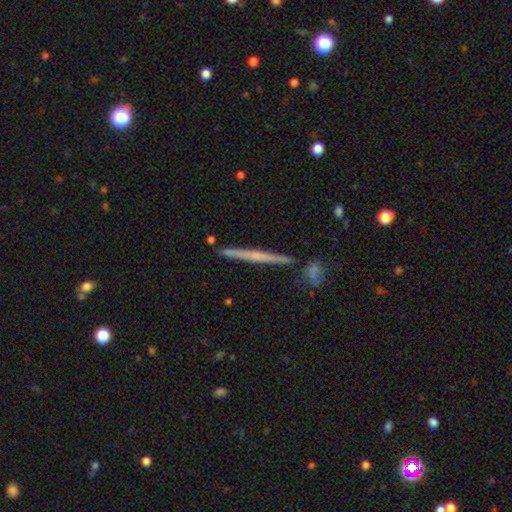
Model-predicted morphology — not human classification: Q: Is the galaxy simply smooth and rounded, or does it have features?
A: featured or disk — 66%.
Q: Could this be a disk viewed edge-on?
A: yes — 98%.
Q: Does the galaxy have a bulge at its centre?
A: none — 49%.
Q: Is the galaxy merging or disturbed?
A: none — 87%.